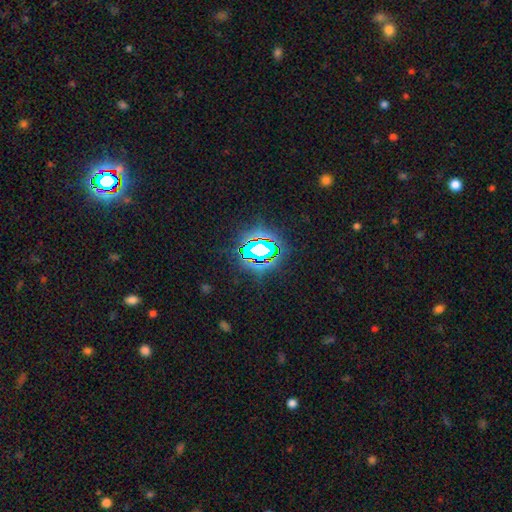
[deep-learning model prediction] The model was most divided on "smooth or featured": star or artifact: 73%, smooth: 17%, featured or disk: 11%.